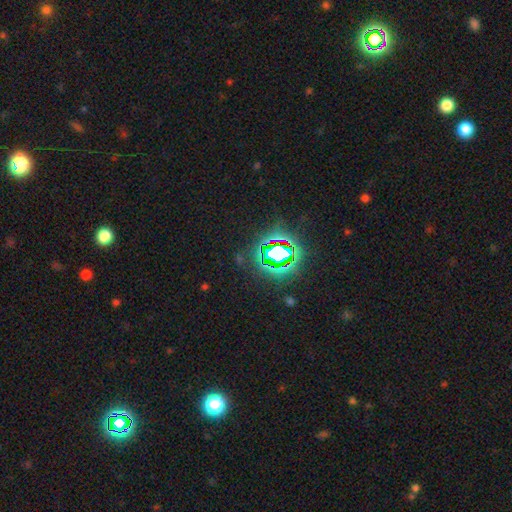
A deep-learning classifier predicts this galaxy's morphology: Q: Smooth or featured?
A: star or artifact (82%); runner-up: smooth (11%)